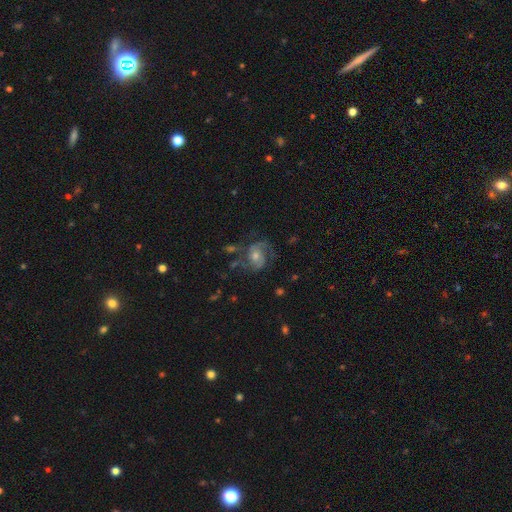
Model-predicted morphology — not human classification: smooth-or-featured: featured or disk: 73% | smooth: 19% | star or artifact: 8%
  disk-edge-on: no: 98% | yes: 2%
    bar: no: 67% | weak: 28% | strong: 5%
    has-spiral-arms: yes: 89% | no: 11%
      spiral-winding: medium: 48% | loose: 27% | tight: 25%
      spiral-arm-count: 2: 64% | can't tell: 14% | 1: 11% | 3: 7% | 4: 2% | more than 4: 2%
    bulge-size: moderate: 56% | small: 34% | large: 6% | none: 3% | dominant: 1%
  merging: none: 51% | major disturbance: 23% | minor disturbance: 21% | merger: 4%